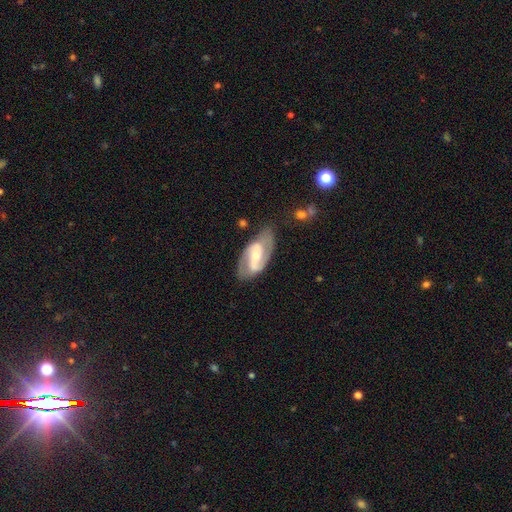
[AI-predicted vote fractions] A featured or disk galaxy (80%) with a weak bar (40%), 2 (87%) medium (51%) spiral arms (91%) and a moderate central bulge (49%).

Vote fractions:
- Smooth or featured? featured or disk: 80% / smooth: 15% / star or artifact: 5%
- Edge-on disk? no: 95% / yes: 5%
- Bar? weak: 40% / strong: 36% / no: 24%
- Spiral arms? yes: 91% / no: 9%
- Spiral winding? medium: 51% / tight: 26% / loose: 24%
- Spiral arm count? 2: 87% / can't tell: 7% / 1: 2% / 3: 2% / 4: 1% / more than 4: 1%
- Bulge size? moderate: 49% / small: 44% / large: 4% / none: 2% / dominant: 1%
- Merging? none: 70% / minor disturbance: 20% / major disturbance: 7% / merger: 2%